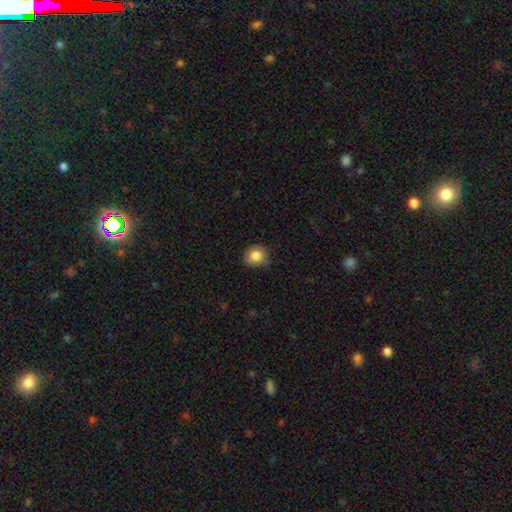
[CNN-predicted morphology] type=smooth (85%); roundness=round (77%); merging=none (80%).